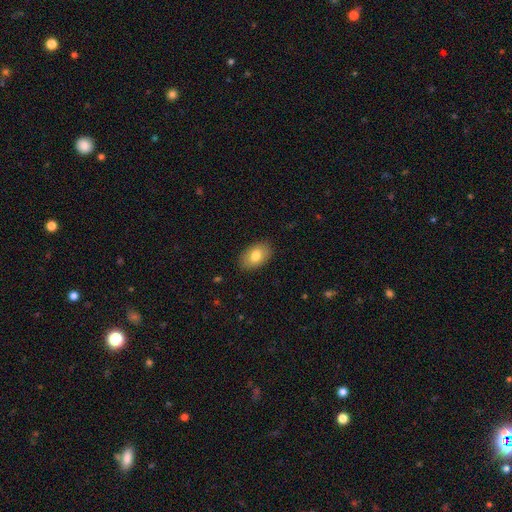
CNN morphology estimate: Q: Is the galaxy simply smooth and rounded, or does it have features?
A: smooth — 79%.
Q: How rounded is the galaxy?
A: in between — 91%.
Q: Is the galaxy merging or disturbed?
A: none — 87%.